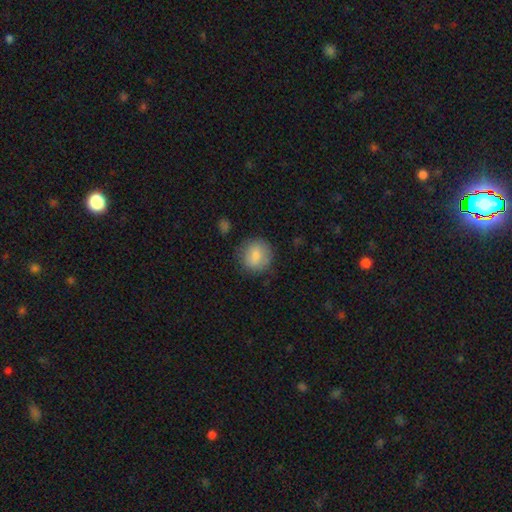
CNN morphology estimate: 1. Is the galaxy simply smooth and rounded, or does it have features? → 84% smooth, 9% featured or disk, 7% star or artifact.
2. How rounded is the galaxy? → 88% round, 11% in between, 1% cigar-shaped.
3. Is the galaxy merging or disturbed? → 80% none, 14% minor disturbance, 4% major disturbance, 2% merger.